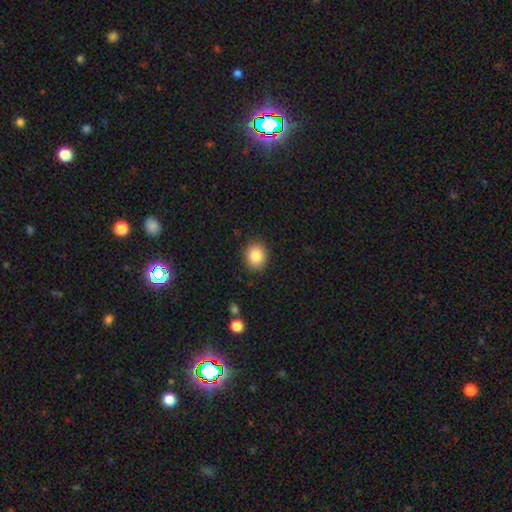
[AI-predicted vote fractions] Smooth or featured? Predicted: smooth (p=0.85). How rounded? Predicted: round (p=0.67). Merging? Predicted: none (p=0.89).